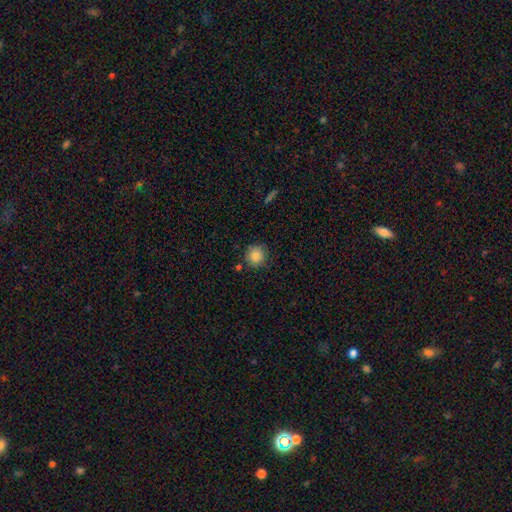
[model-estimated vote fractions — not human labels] Morphology: type=smooth (85%); roundness=round (92%); merging=none (84%).